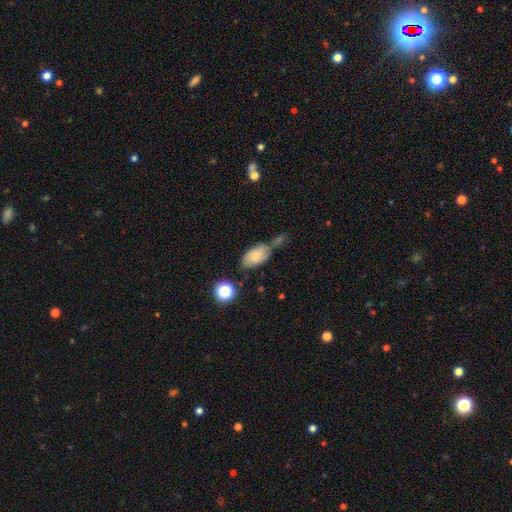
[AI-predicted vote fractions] smooth 76%, featured or disk 15%, star or artifact 9%. Down the decision tree: how rounded — in between (91%); merging — none (47%).